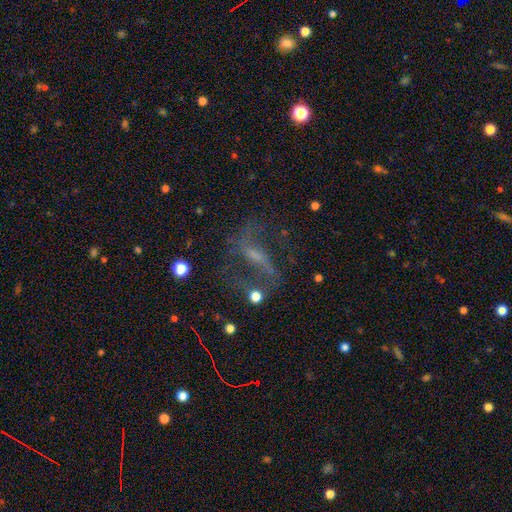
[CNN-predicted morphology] This appears to be a featured or disk galaxy (68%) with a strong bar (41%), spiral arms (79%) and a small central bulge (39%). Merging: none (55%).